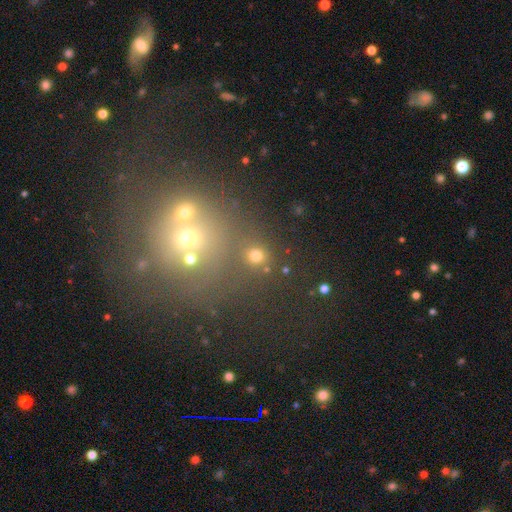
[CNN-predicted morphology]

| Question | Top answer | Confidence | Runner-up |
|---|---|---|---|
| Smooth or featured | smooth | 72% | star or artifact (22%) |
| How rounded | round | 88% | in between (11%) |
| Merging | none | 77% | merger (12%) |